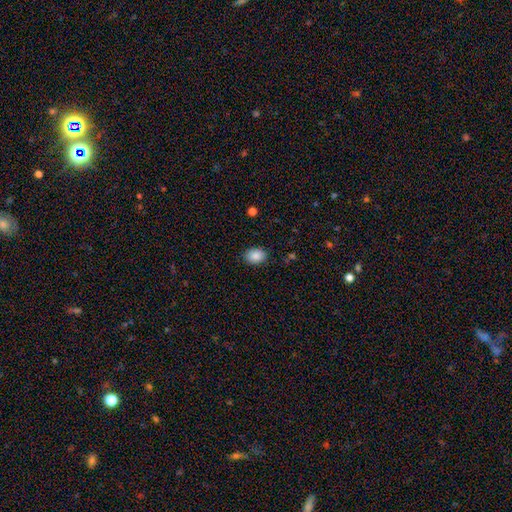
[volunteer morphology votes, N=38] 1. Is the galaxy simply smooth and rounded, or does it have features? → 92% smooth, 5% featured or disk, 3% star or artifact.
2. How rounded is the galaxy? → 77% in between, 23% round, 0% cigar-shaped.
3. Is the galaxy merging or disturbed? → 89% none, 8% minor disturbance, 3% major disturbance, 0% merger.